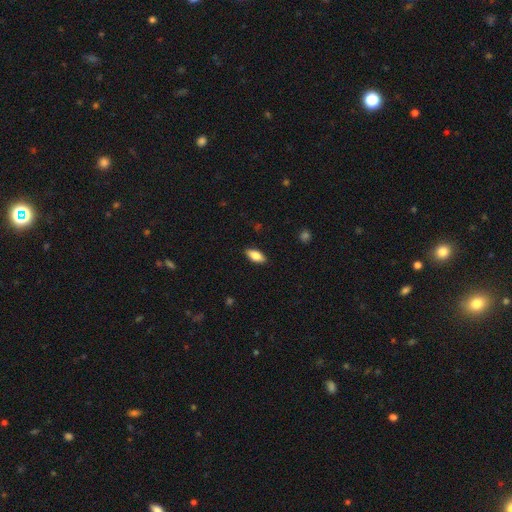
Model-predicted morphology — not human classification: smooth-or-featured: smooth: 81% | featured or disk: 12% | star or artifact: 7%
  how-rounded: in between: 86% | cigar-shaped: 12% | round: 2%
  merging: none: 88% | minor disturbance: 9% | major disturbance: 2% | merger: 1%